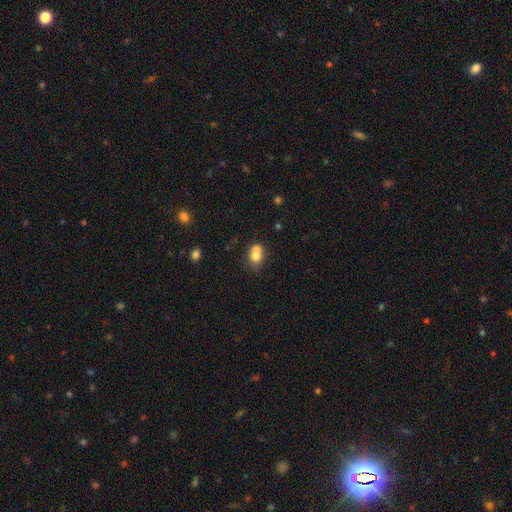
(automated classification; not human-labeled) Q: Smooth or featured?
A: smooth (73%); runner-up: featured or disk (17%)
Q: How rounded?
A: round (56%); runner-up: in between (43%)
Q: Merging?
A: merger (53%); runner-up: none (32%)